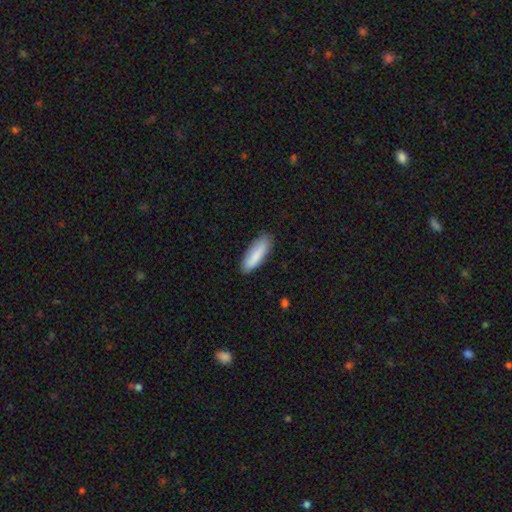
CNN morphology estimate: smooth 86%, featured or disk 8%, star or artifact 6%. Down the decision tree: how rounded — cigar-shaped (50%); merging — none (84%).